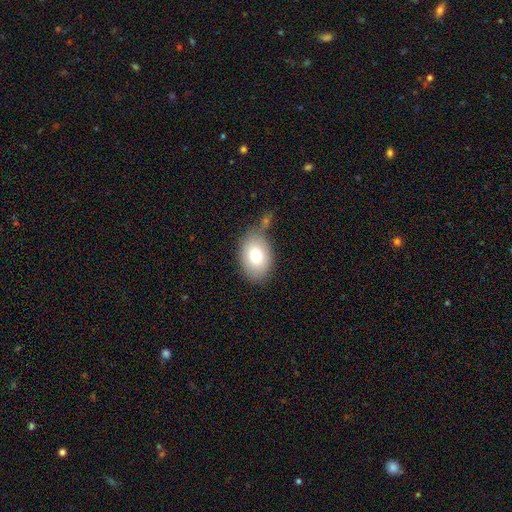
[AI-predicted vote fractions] Overall: smooth (78%). How rounded: in between (78%). Merging: none (65%).